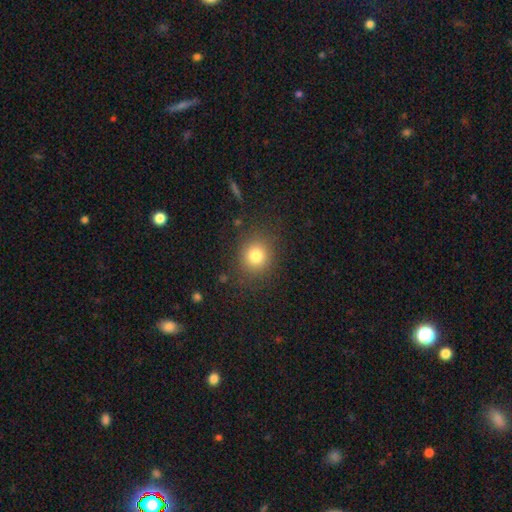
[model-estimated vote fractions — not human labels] This is likely a smooth galaxy (79%). How rounded: clearly round (84%). Merging: clearly none (85%).